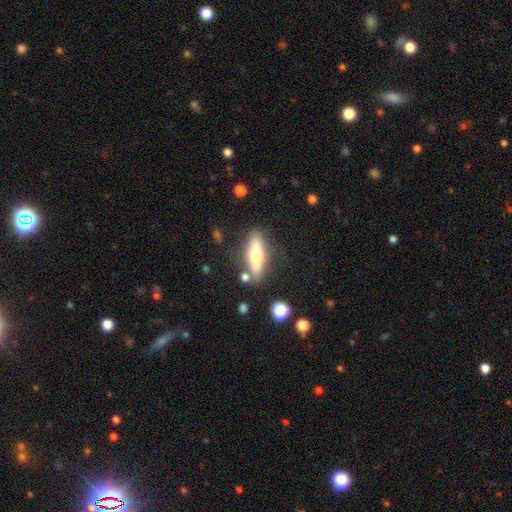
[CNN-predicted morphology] This is possibly a featured or disk galaxy (47%). Merging: likely none (78%).